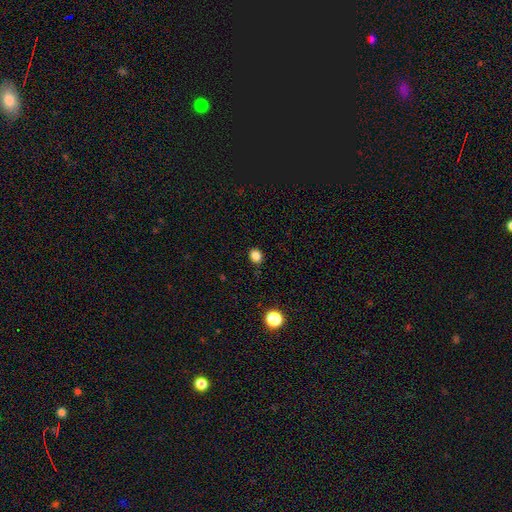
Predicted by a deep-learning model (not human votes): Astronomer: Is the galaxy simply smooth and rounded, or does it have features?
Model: smooth — 83%.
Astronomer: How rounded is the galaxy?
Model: round — 67%.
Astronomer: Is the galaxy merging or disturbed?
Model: none — 85%.